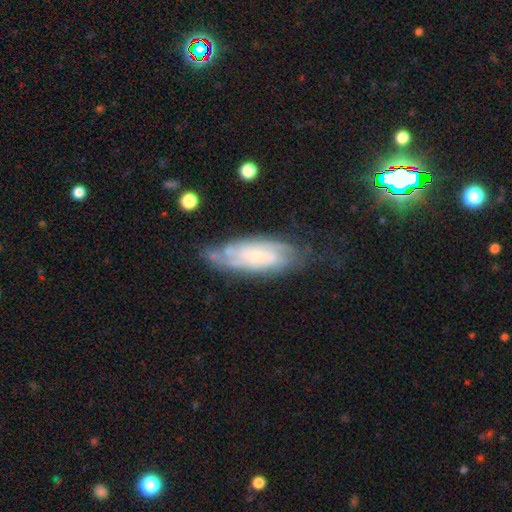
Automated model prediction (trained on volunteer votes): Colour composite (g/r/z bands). It shows a featured or disk galaxy (69%) with no bar (67%), tight (58%) spiral arms (88%) and a small central bulge (66%). Merging: none (61%).